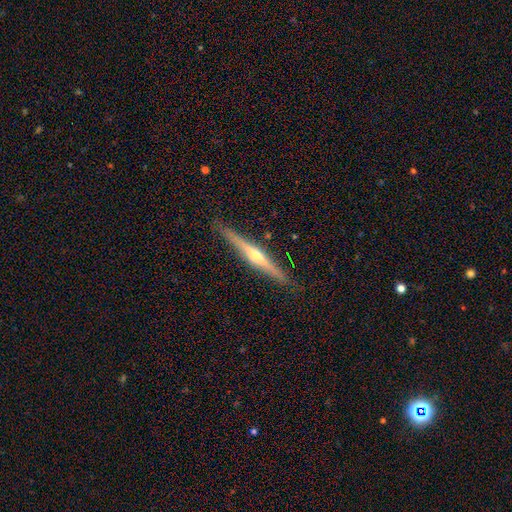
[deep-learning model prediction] Smooth or featured? featured or disk (75%)
Edge-on disk? yes (97%)
Edge-on bulge? rounded (84%)
Merging? none (90%)